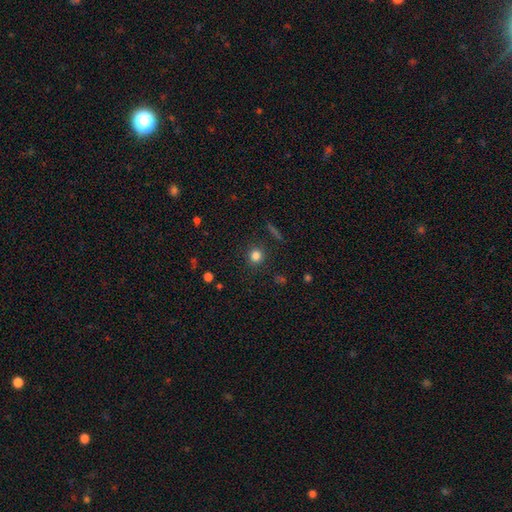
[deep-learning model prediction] This is clearly a smooth galaxy (81%). How rounded: clearly round (91%). Merging: clearly none (90%).